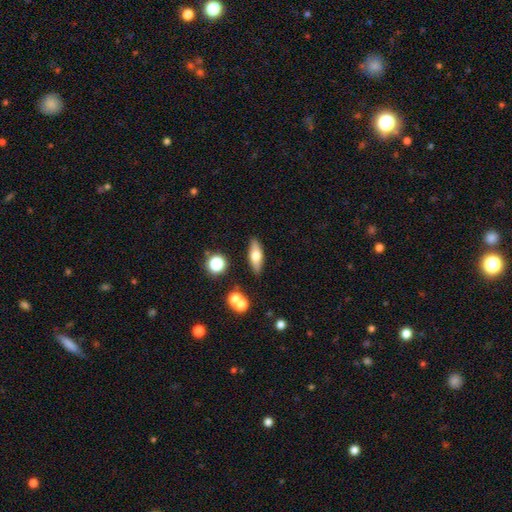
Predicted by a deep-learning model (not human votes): Overall: smooth (61%; featured or disk 31%). How rounded: in between (57%; cigar-shaped 39%). Merging: none (84%).